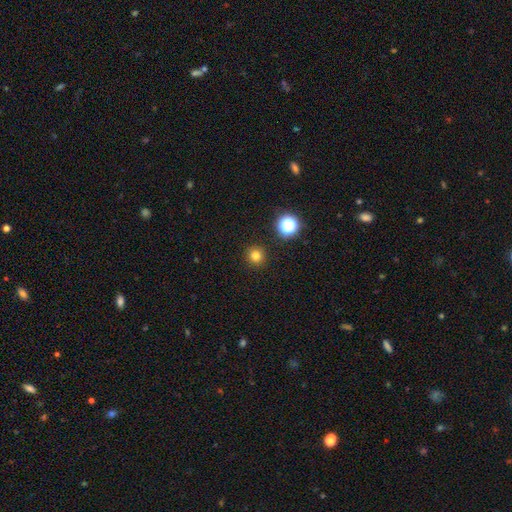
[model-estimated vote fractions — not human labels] Smooth or featured? smooth (78%)
How rounded? round (94%)
Merging? none (92%)